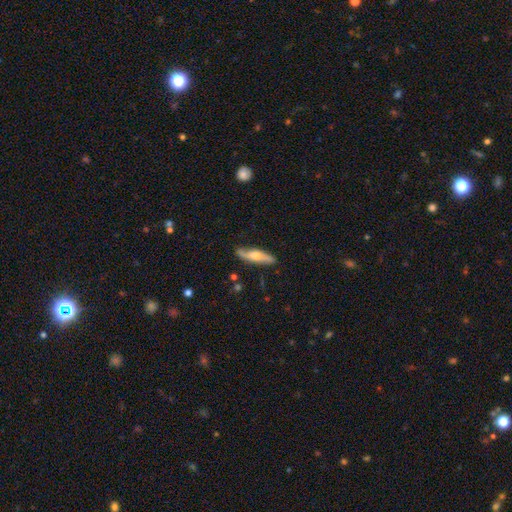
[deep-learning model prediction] Smooth or featured? Predicted: featured or disk (p=0.53). Edge-on disk? Predicted: yes (p=0.60). Merging? Predicted: none (p=0.80).